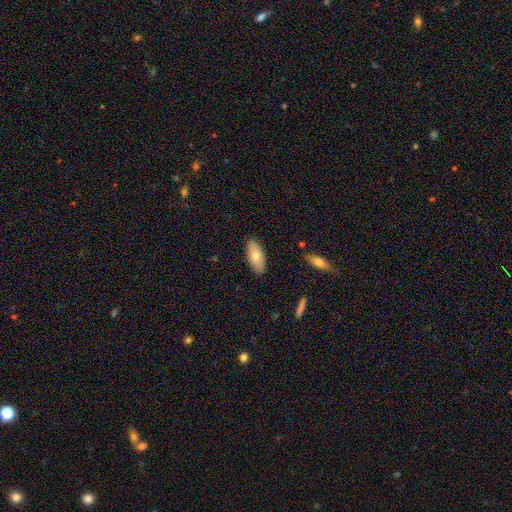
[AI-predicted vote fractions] Morphology: type=smooth (72%); roundness=in between (89%); merging=none (87%).